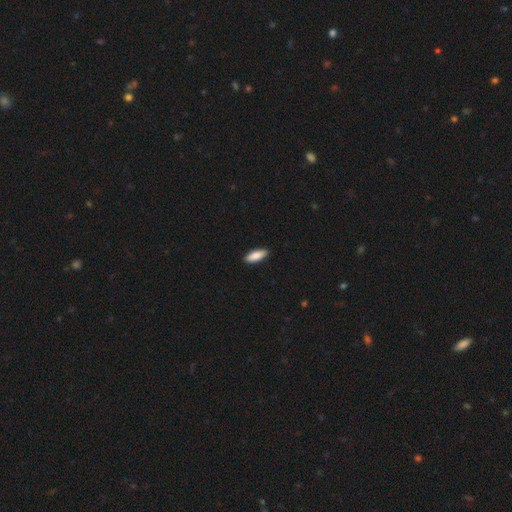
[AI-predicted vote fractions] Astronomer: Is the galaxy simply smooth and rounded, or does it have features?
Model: smooth — 86%.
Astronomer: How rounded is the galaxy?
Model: in between — 66%.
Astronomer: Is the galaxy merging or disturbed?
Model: none — 90%.